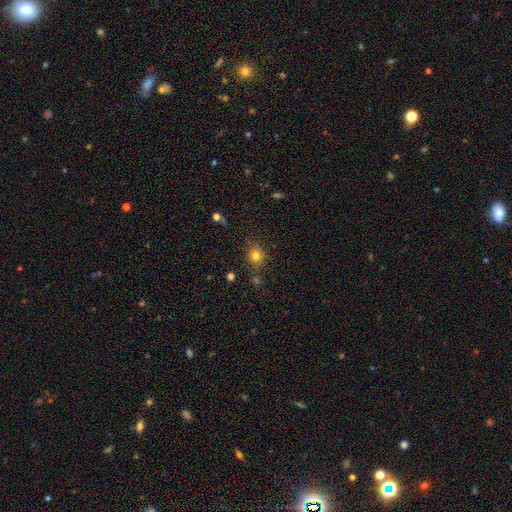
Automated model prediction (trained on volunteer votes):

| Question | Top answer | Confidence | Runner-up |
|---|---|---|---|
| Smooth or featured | smooth | 78% | star or artifact (14%) |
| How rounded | round | 70% | in between (29%) |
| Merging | none | 78% | minor disturbance (13%) |